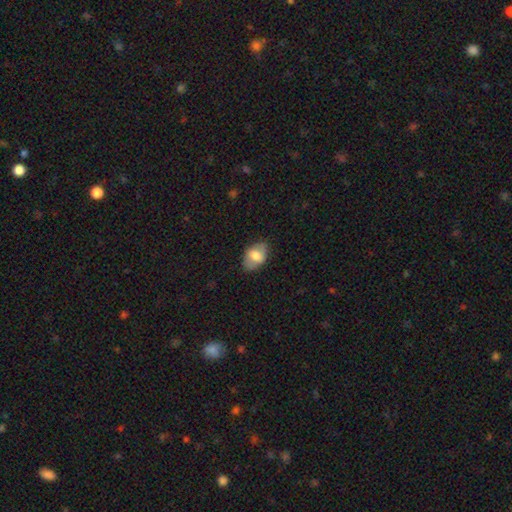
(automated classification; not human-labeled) Smooth or featured? Predicted: smooth (p=0.64). How rounded? Predicted: in between (p=0.87). Merging? Predicted: none (p=0.78).